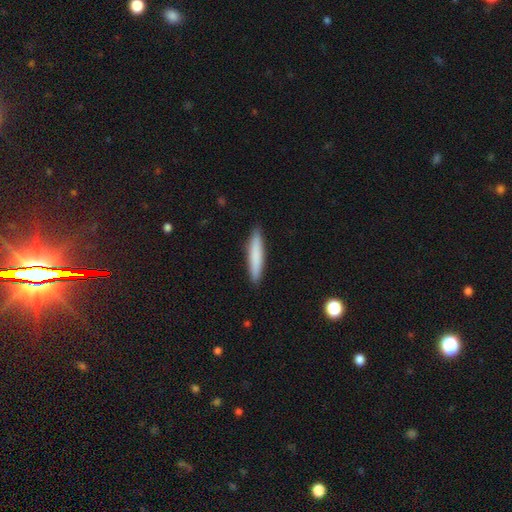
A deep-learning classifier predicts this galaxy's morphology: A smooth galaxy with no disk features (80%) that is cigar-shaped (89%). Merging: none (90%).